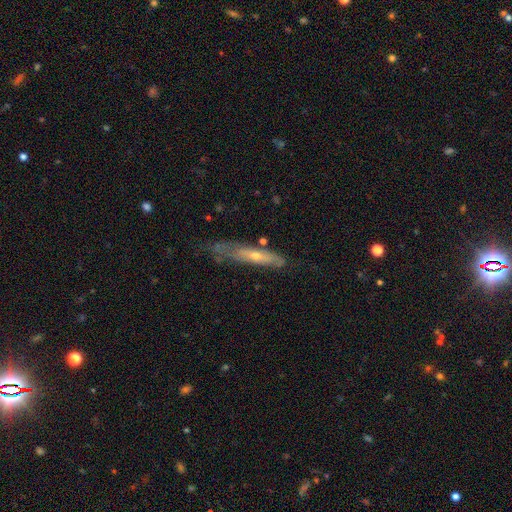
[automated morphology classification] The model was most divided on "merging": none: 52%, minor disturbance: 30%, major disturbance: 14%, merger: 4%. More confident: edge-on disk — yes (62%); smooth or featured — featured or disk (58%).